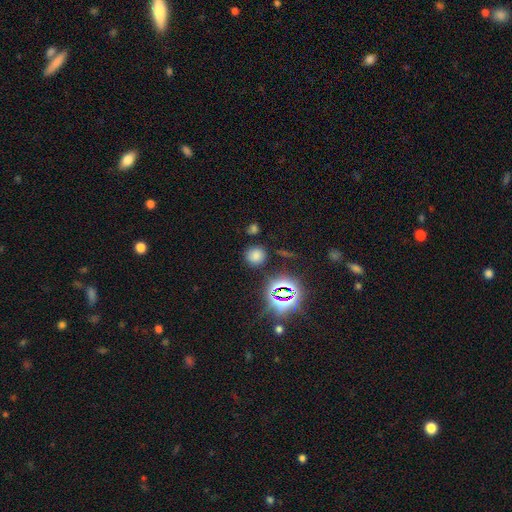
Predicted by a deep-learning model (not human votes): A smooth galaxy with no disk features (69%) that is round (88%). Merging: none (83%).